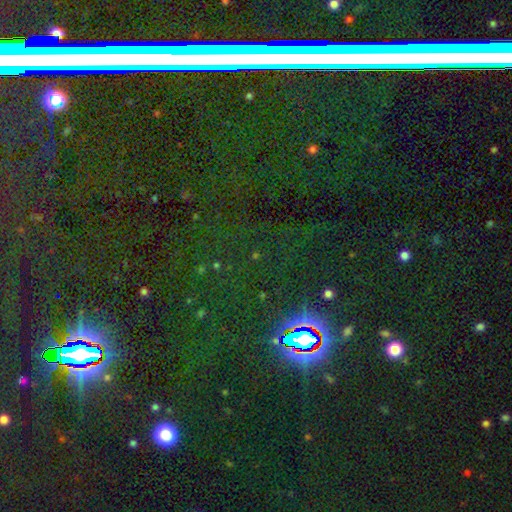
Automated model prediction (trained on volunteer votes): A star or artifact, not a galaxy (79%).

Vote fractions:
- Smooth or featured? star or artifact: 79% / smooth: 12% / featured or disk: 9%